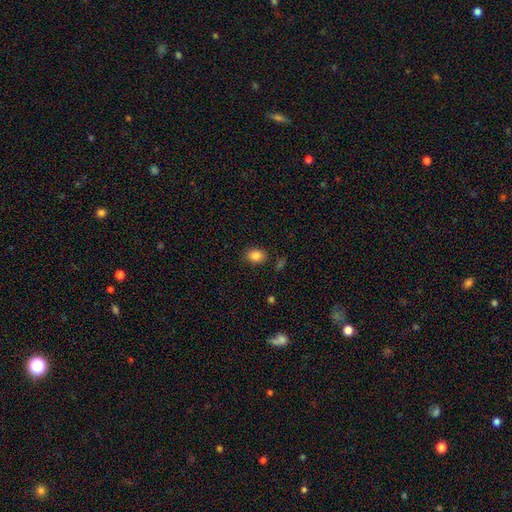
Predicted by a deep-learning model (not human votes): The model was most divided on "how rounded": in between: 59%, round: 40%, cigar-shaped: 1%. More confident: smooth or featured — smooth (85%); merging — none (84%).